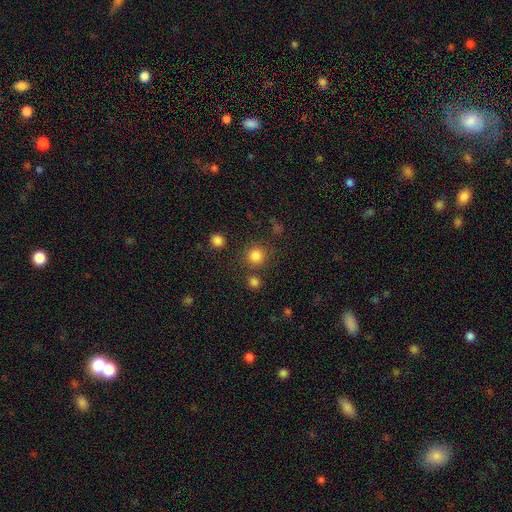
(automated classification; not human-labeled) This appears to be a smooth galaxy with no disk features (83%) that is round (93%). Merging: none (81%).